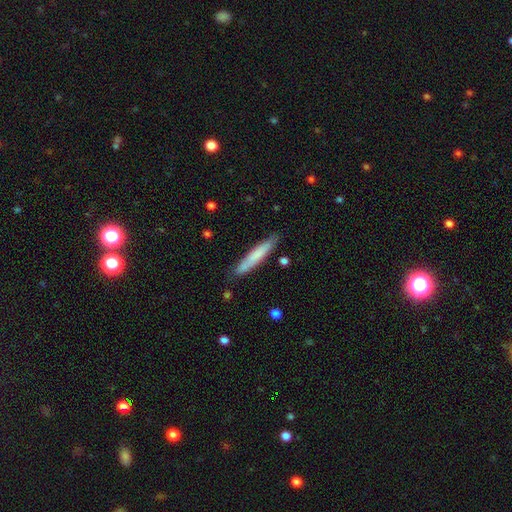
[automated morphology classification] The model was most divided on "smooth or featured": smooth: 71%, featured or disk: 23%, star or artifact: 6%. More confident: how rounded — cigar-shaped (93%); merging — none (84%).